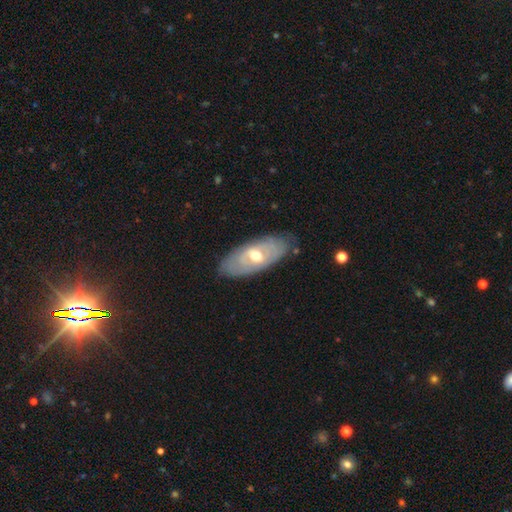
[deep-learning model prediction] Smooth or featured?
  - featured or disk: 61% *
  - smooth: 34%
  - star or artifact: 6%
Edge-on disk?
  - no: 84% *
  - yes: 16%
Bar?
  - no: 60% *
  - weak: 31%
  - strong: 9%
Spiral arms?
  - no: 62% *
  - yes: 38%
Bulge size?
  - moderate: 74% *
  - small: 15%
  - large: 9%
  - dominant: 1%
  - none: 1%
Merging?
  - none: 80% *
  - minor disturbance: 15%
  - major disturbance: 4%
  - merger: 1%